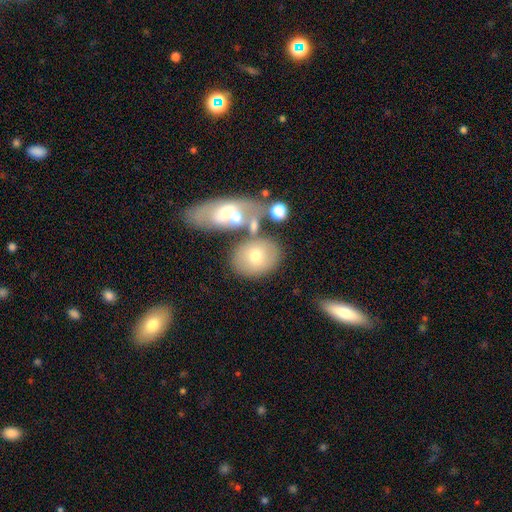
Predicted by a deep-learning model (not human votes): Q: Smooth or featured?
A: smooth (65%); runner-up: featured or disk (26%)
Q: How rounded?
A: in between (54%); runner-up: round (44%)
Q: Merging?
A: none (56%); runner-up: merger (26%)